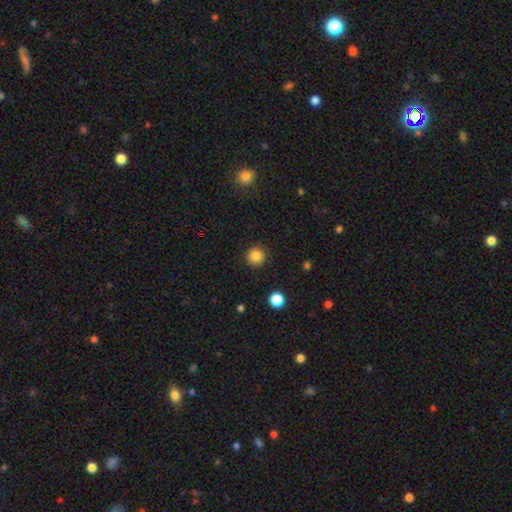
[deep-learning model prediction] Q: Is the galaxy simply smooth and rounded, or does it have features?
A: smooth — 85%.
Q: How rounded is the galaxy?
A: round — 95%.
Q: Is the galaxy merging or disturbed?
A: none — 92%.